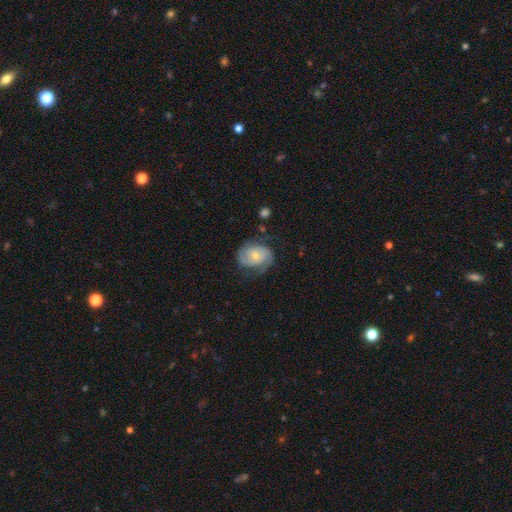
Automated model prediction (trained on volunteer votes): Smooth or featured: featured or disk — 76% (smooth — 18%)
Edge-on disk: no — 98% (yes — 2%)
Bar: no — 59% (weak — 34%)
Spiral arms: yes — 93% (no — 7%)
Spiral winding: medium — 42% (tight — 41%)
Spiral arm count: 2 — 77% (can't tell — 11%)
Bulge size: small — 53% (moderate — 41%)
Merging: none — 63% (minor disturbance — 22%)